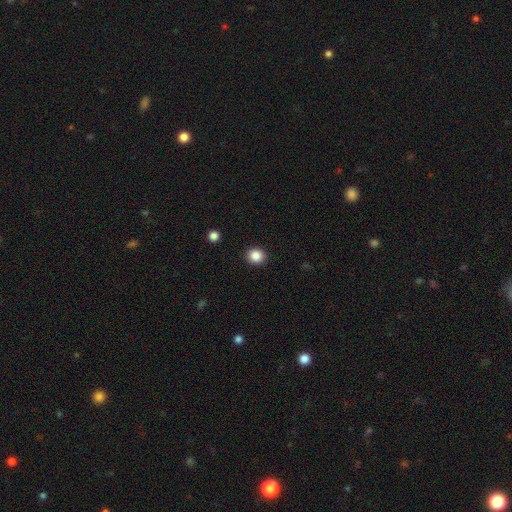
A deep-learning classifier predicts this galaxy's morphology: Smooth or featured: smooth — 86% (star or artifact — 10%)
How rounded: round — 86% (in between — 13%)
Merging: none — 92% (minor disturbance — 5%)